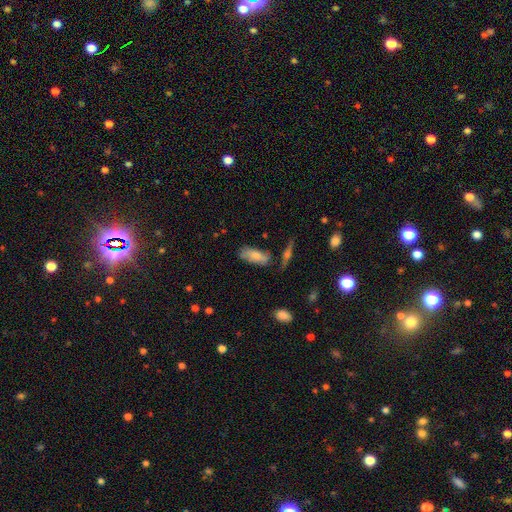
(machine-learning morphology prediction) Overall: smooth (74%). How rounded: in between (80%). Merging: none (61%; minor disturbance 24%).